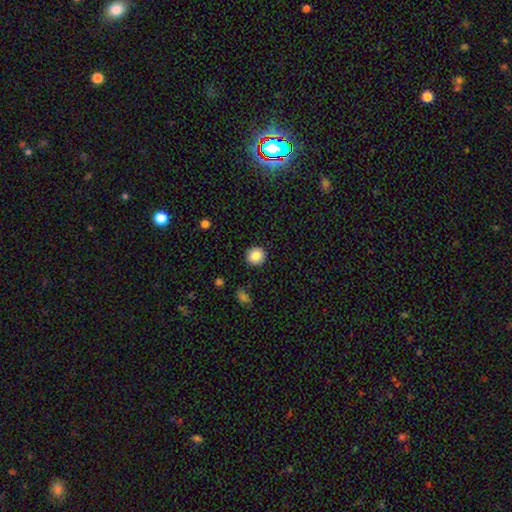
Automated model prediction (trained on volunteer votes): This appears to be a smooth galaxy with no disk features (85%) that is round (90%). Merging: none (91%).